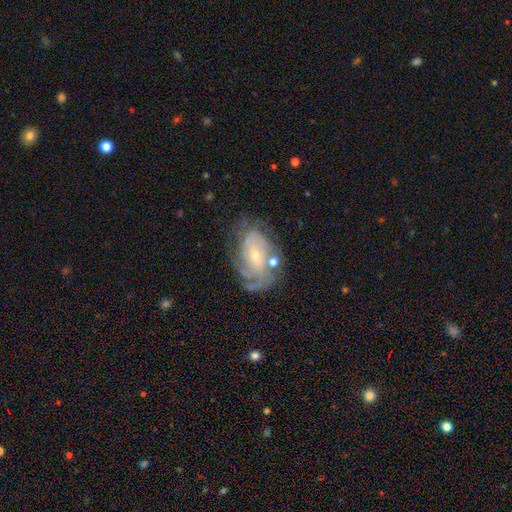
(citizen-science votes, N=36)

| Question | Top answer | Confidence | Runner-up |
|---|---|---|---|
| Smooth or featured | featured or disk | 92% | smooth (6%) |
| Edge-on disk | no | 97% | yes (3%) |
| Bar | no | 53% | weak (41%) |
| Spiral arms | yes | 94% | no (6%) |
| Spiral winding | tight | 47% | medium (43%) |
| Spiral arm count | can't tell | 47% | 3 (27%) |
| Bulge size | small | 78% | moderate (16%) |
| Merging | none | 60% | minor disturbance (26%) |